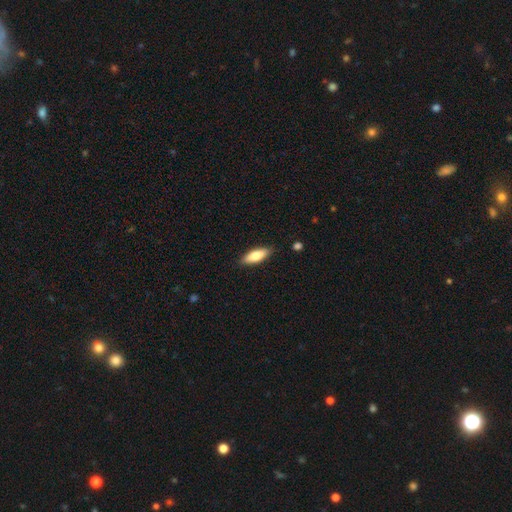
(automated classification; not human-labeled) Morphology: type=smooth (75%); roundness=in between (64%); merging=none (86%).